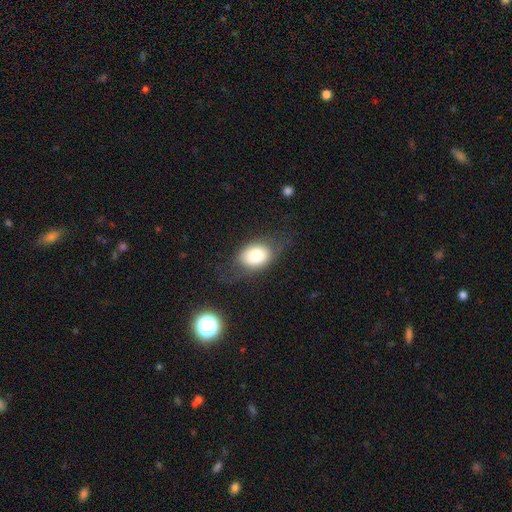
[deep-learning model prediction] This is likely a smooth galaxy (75%). How rounded: likely in between (79%). Merging: likely none (62%).